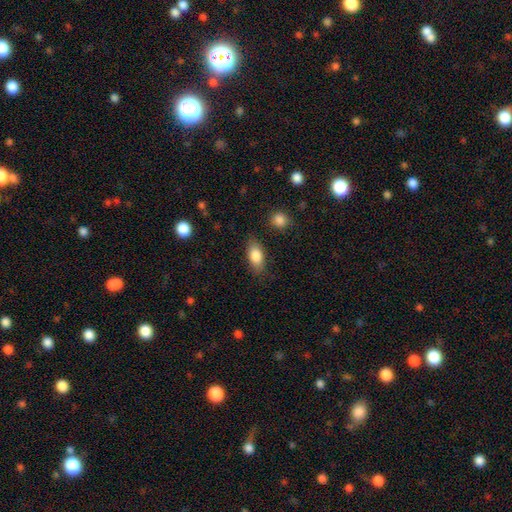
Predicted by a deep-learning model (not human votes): Smooth or featured: smooth — 83% (featured or disk — 10%)
How rounded: in between — 86% (cigar-shaped — 9%)
Merging: none — 82% (minor disturbance — 12%)